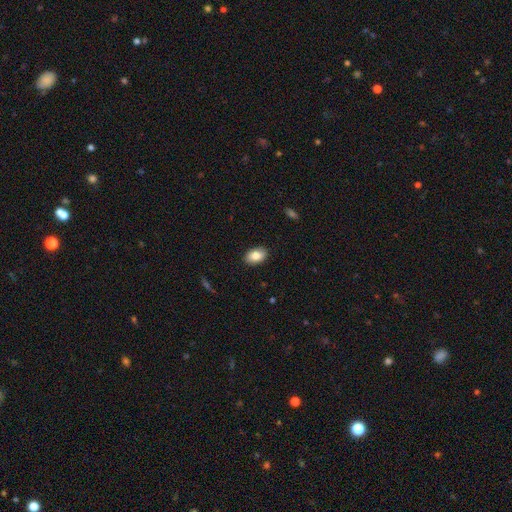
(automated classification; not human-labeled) Morphology: type=smooth (85%); roundness=in between (89%); merging=none (90%).